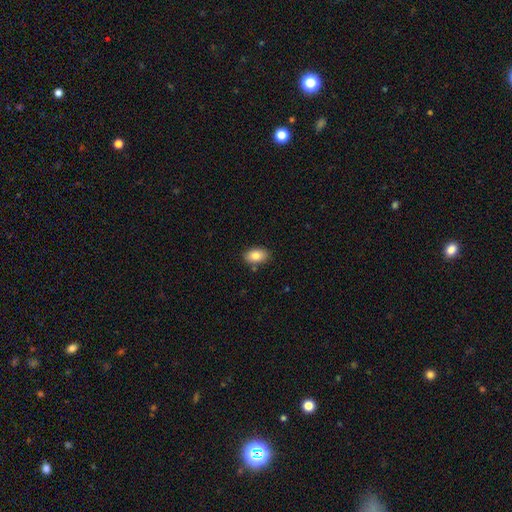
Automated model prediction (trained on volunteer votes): This appears to be a smooth galaxy with no disk features (84%) that is in between round and cigar-shaped (90%). Merging: none (83%).